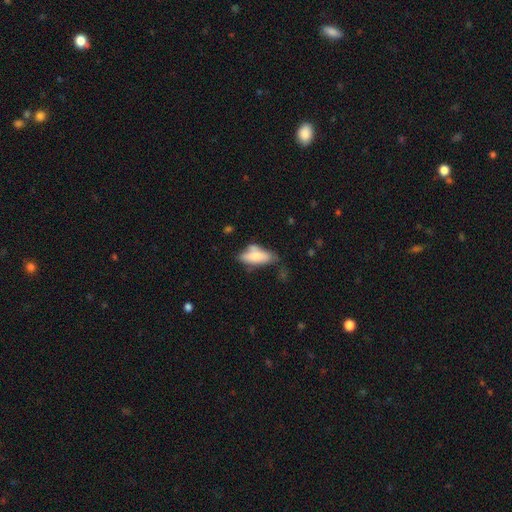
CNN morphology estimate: Smooth or featured? smooth (72%)
How rounded? in between (74%)
Merging? none (41%)